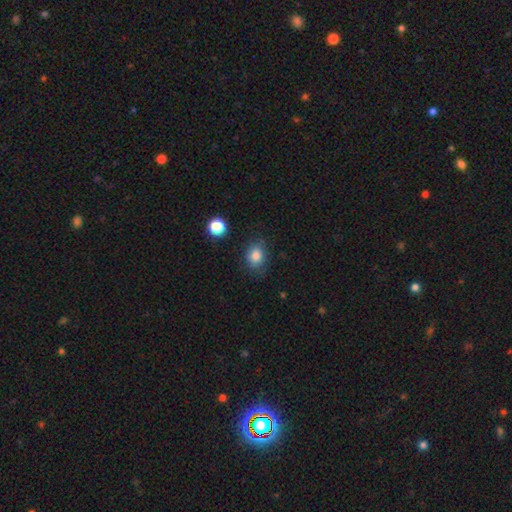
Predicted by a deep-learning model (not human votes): A smooth galaxy with no disk features (83%) that is in between round and cigar-shaped (52%).

Vote fractions:
- Smooth or featured? smooth: 83% / star or artifact: 10% / featured or disk: 7%
- How rounded? in between: 52% / round: 47% / cigar-shaped: 1%
- Merging? none: 73% / minor disturbance: 19% / major disturbance: 5% / merger: 2%